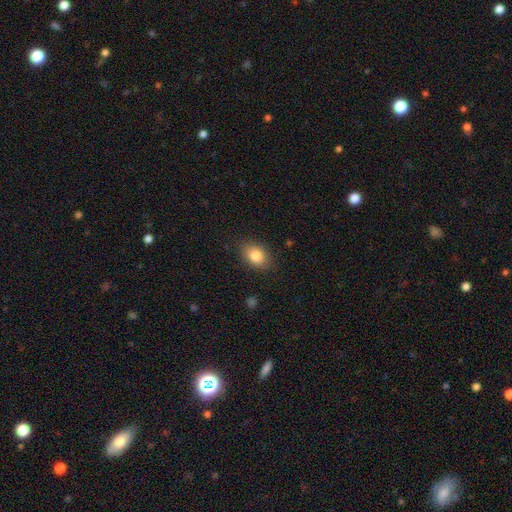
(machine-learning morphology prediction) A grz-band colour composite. It shows a smooth galaxy with no disk features (83%) that is in between round and cigar-shaped (71%). Merging: none (85%).